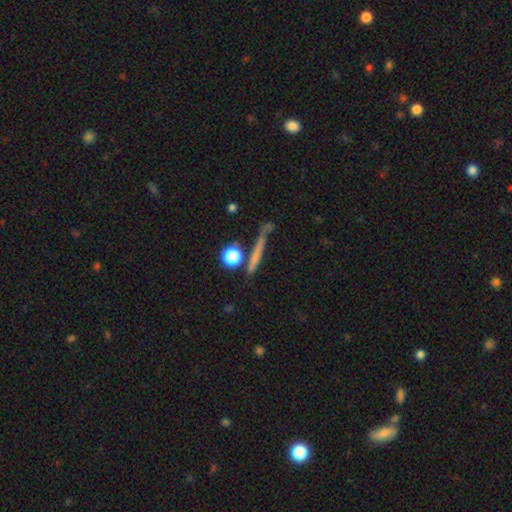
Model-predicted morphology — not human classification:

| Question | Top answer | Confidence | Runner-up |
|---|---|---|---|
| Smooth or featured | smooth | 58% | featured or disk (28%) |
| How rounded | cigar-shaped | 74% | round (18%) |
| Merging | none | 71% | minor disturbance (13%) |